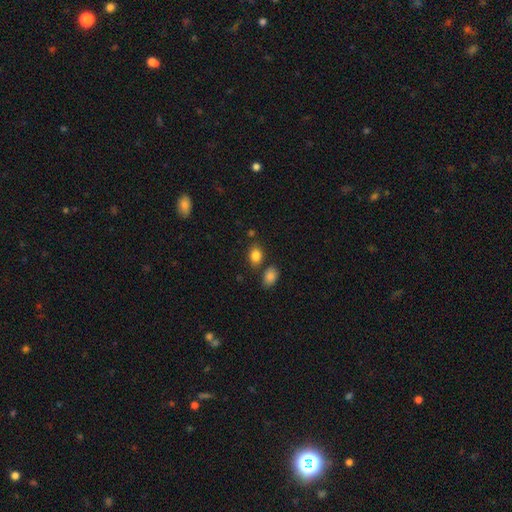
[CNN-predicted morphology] Q: Smooth or featured?
A: smooth (85%); runner-up: star or artifact (9%)
Q: How rounded?
A: in between (67%); runner-up: round (32%)
Q: Merging?
A: none (73%); runner-up: minor disturbance (12%)